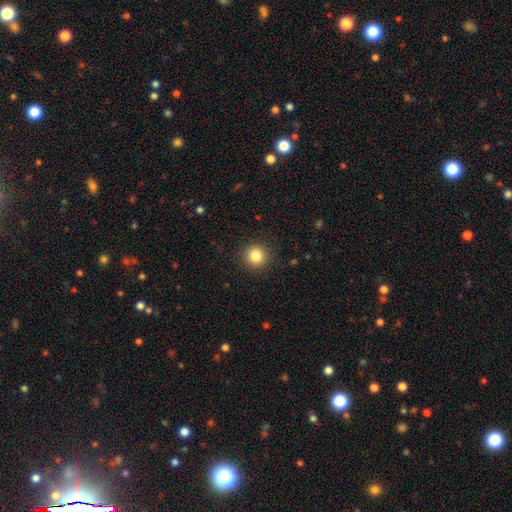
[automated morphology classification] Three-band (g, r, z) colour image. It shows a smooth galaxy with no disk features (84%) that is round (94%). Merging: none (91%).